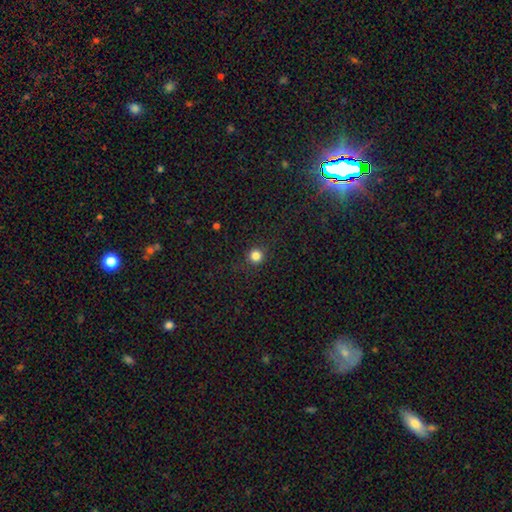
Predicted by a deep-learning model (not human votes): smooth-or-featured: smooth: 83% | star or artifact: 13% | featured or disk: 4%
  how-rounded: round: 95% | in between: 4% | cigar-shaped: 1%
  merging: none: 90% | minor disturbance: 6% | major disturbance: 2% | merger: 1%